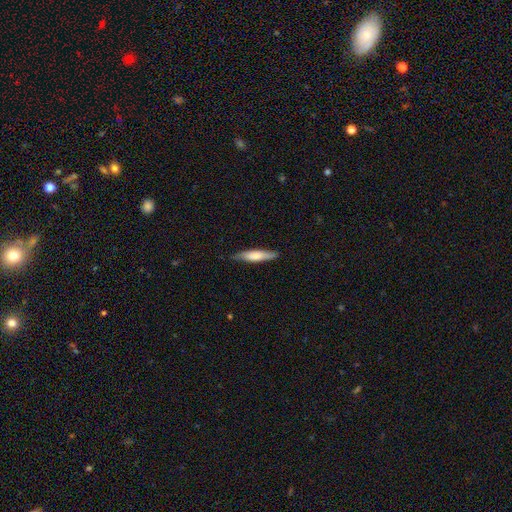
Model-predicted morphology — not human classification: Smooth or featured? smooth (65%)
How rounded? cigar-shaped (83%)
Merging? none (83%)